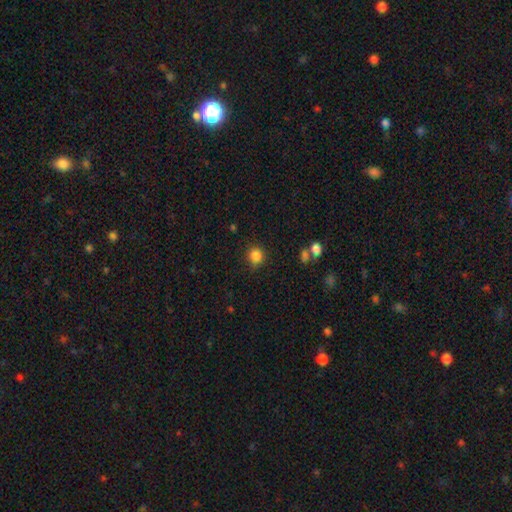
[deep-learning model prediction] A smooth galaxy with no disk features (85%) that is round (83%).

Vote fractions:
- Smooth or featured? smooth: 85% / star or artifact: 11% / featured or disk: 4%
- How rounded? round: 83% / in between: 16% / cigar-shaped: 1%
- Merging? none: 79% / minor disturbance: 15% / major disturbance: 4% / merger: 3%